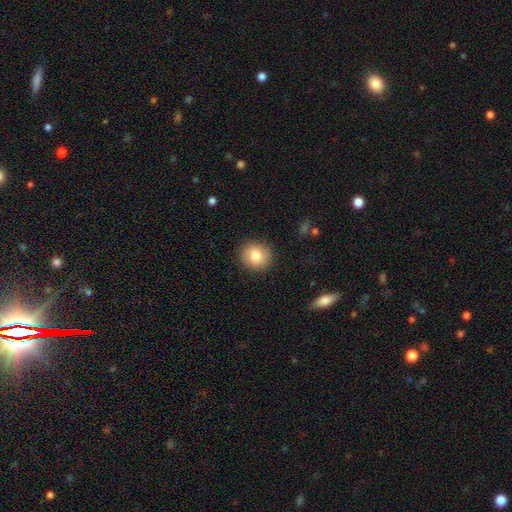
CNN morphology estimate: A smooth galaxy with no disk features (81%) that is round (85%). Merging: none (90%).